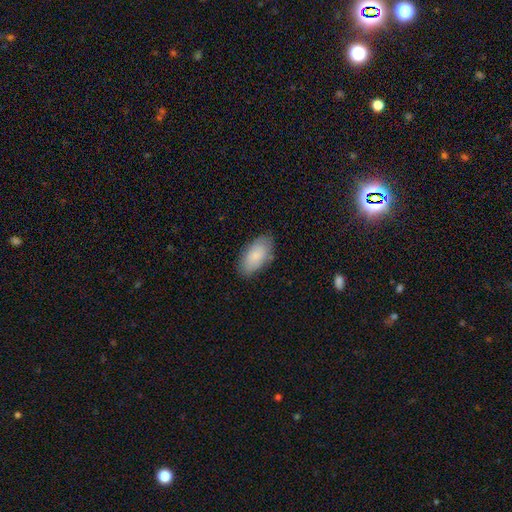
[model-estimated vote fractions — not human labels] Q: Smooth or featured?
A: smooth (83%); runner-up: featured or disk (11%)
Q: How rounded?
A: in between (94%); runner-up: cigar-shaped (4%)
Q: Merging?
A: none (81%); runner-up: minor disturbance (15%)